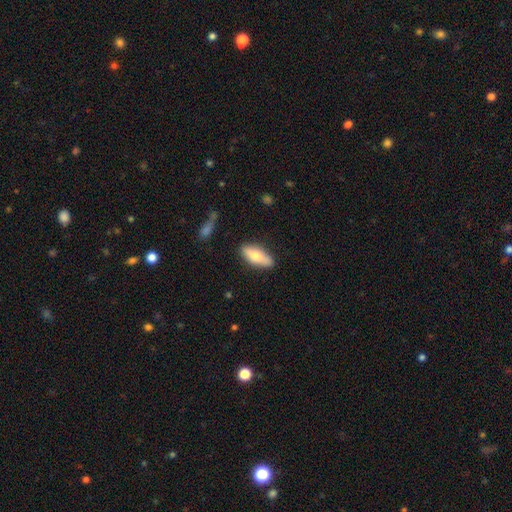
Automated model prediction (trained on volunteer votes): A smooth galaxy with no disk features (68%) that is in between round and cigar-shaped (76%). Merging: none (82%).